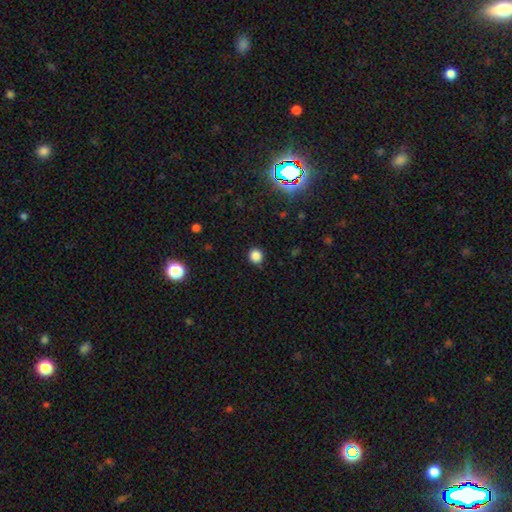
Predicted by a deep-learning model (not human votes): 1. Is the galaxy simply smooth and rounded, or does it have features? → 83% smooth, 14% star or artifact, 4% featured or disk.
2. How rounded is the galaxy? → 90% round, 9% in between, 1% cigar-shaped.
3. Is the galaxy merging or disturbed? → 89% none, 7% minor disturbance, 2% major disturbance, 1% merger.